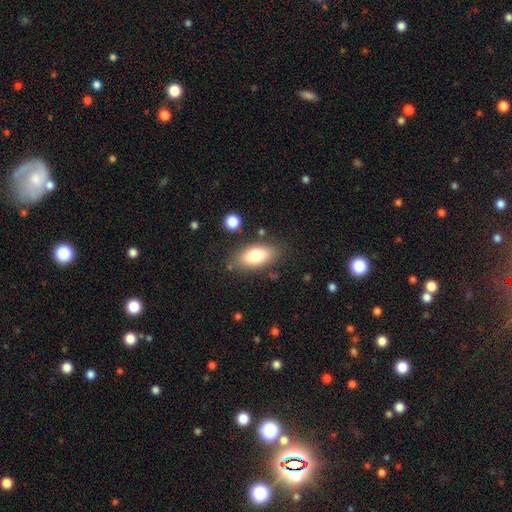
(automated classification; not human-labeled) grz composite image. It shows a smooth galaxy with no disk features (78%) that is in between round and cigar-shaped (88%). Merging: none (79%).